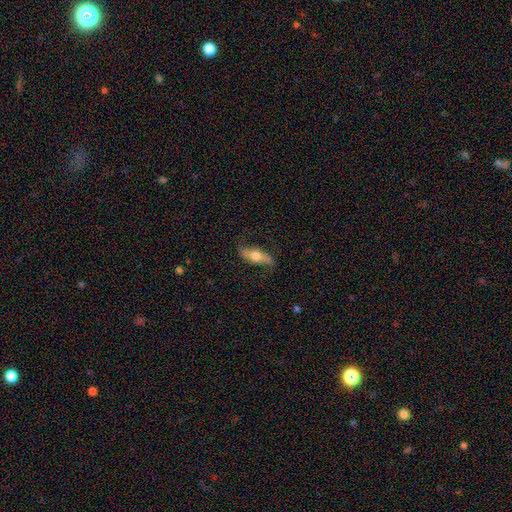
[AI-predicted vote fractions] Q: Smooth or featured?
A: featured or disk (57%); runner-up: smooth (37%)
Q: Edge-on disk?
A: no (64%); runner-up: yes (36%)
Q: Merging?
A: none (74%); runner-up: minor disturbance (18%)